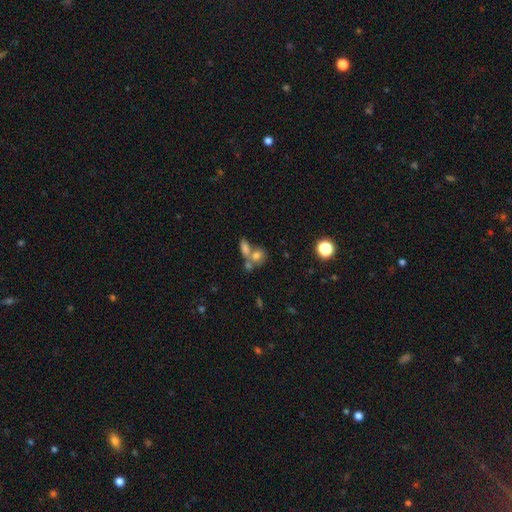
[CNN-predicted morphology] smooth 70%, featured or disk 16%, star or artifact 14%. Down the decision tree: how rounded — in between (52%); merging — merger (51%).